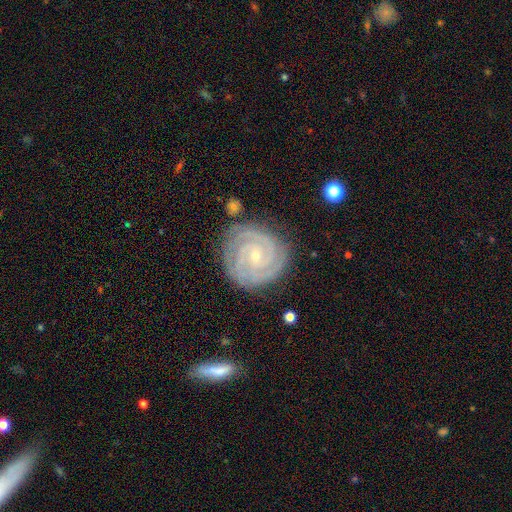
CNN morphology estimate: Smooth or featured? Predicted: featured or disk (p=0.92). Edge-on disk? Predicted: no (p=0.98). Bar? Predicted: no (p=0.56). Spiral arms? Predicted: yes (p=0.99). Spiral winding? Predicted: tight (p=0.86). Spiral arm count? Predicted: 2 (p=0.33). Bulge size? Predicted: small (p=0.80). Merging? Predicted: none (p=0.82).